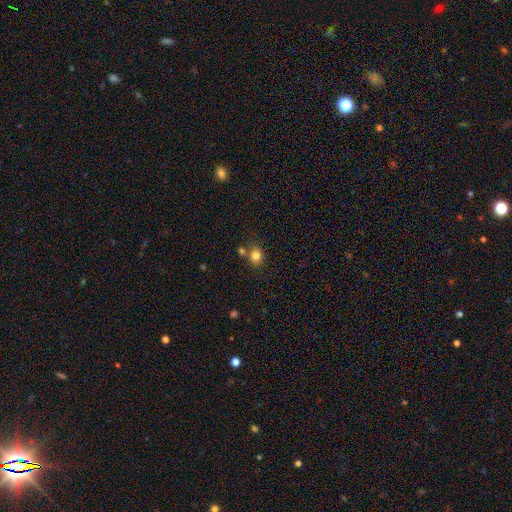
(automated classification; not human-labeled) Overall: smooth (82%). How rounded: round (66%; in between 33%). Merging: none (68%).